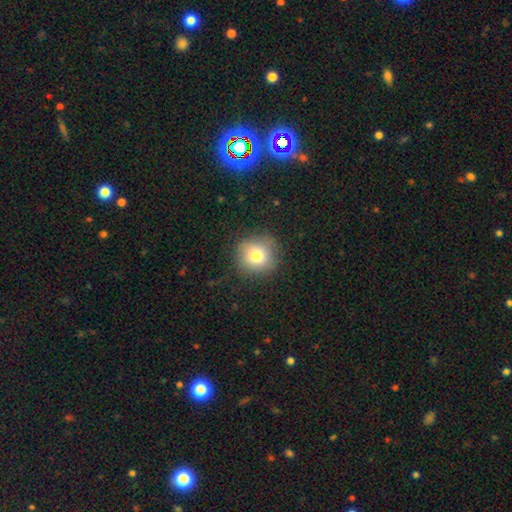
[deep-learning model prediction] Smooth or featured? smooth (77%)
How rounded? round (91%)
Merging? none (83%)